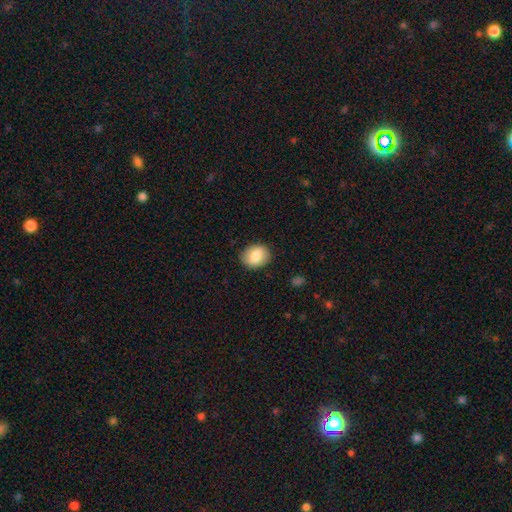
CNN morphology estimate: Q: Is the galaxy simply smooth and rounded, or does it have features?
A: smooth — 84%.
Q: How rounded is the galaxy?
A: in between — 60%.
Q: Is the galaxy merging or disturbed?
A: none — 88%.